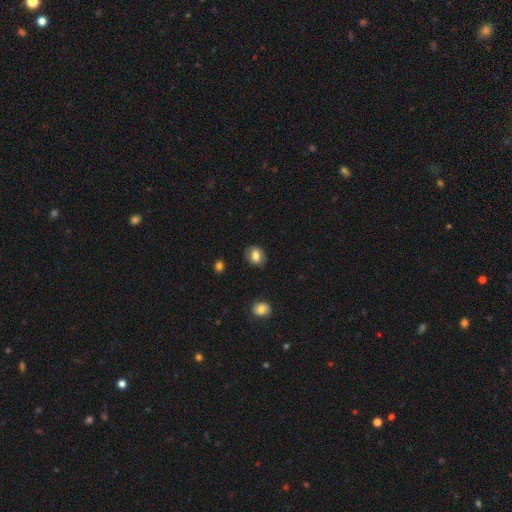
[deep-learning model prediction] Q: Smooth or featured?
A: smooth (75%); runner-up: featured or disk (16%)
Q: How rounded?
A: in between (55%); runner-up: round (44%)
Q: Merging?
A: none (82%); runner-up: minor disturbance (13%)